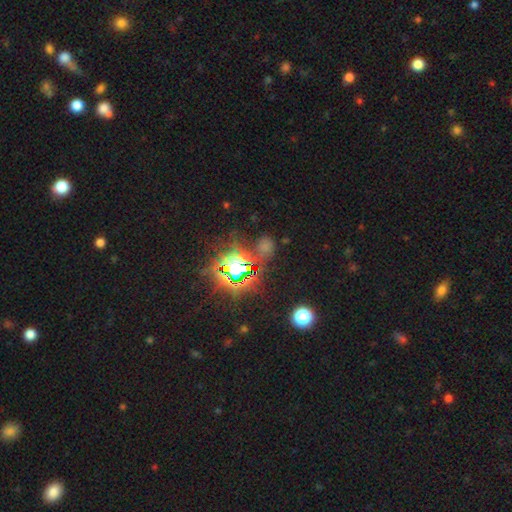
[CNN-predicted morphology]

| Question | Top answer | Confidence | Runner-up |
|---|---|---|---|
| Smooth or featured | star or artifact | 79% | smooth (14%) |